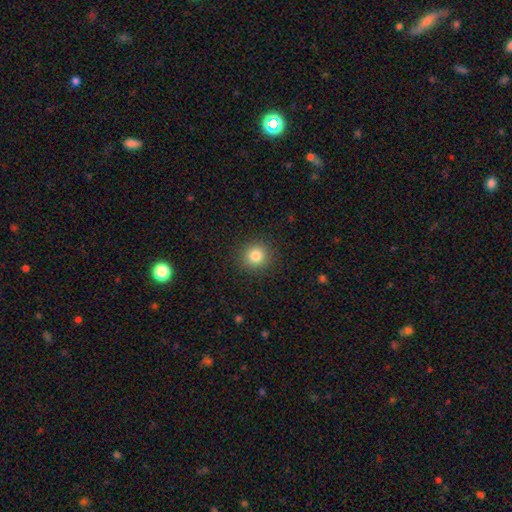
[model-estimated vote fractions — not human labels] Morphology: type=smooth (83%); roundness=round (92%); merging=none (91%).